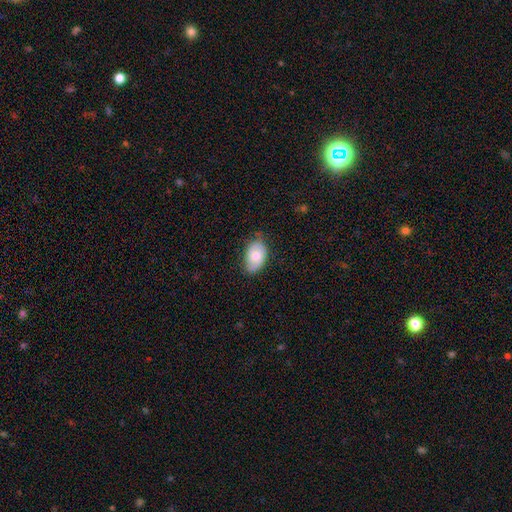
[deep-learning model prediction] Q: Smooth or featured?
A: smooth (68%); runner-up: featured or disk (26%)
Q: How rounded?
A: in between (91%); runner-up: round (8%)
Q: Merging?
A: none (69%); runner-up: minor disturbance (25%)